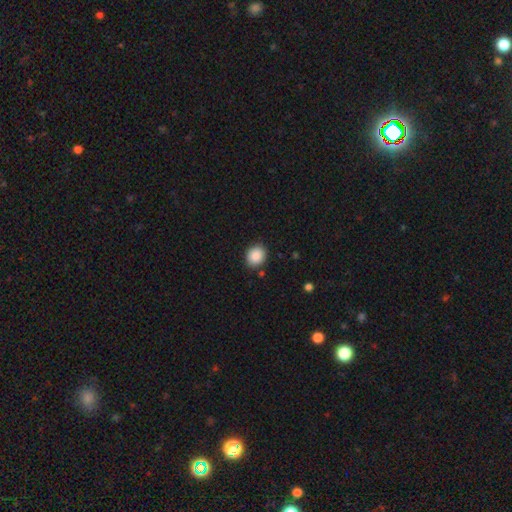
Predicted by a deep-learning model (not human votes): smooth 89%, star or artifact 8%, featured or disk 3%. Down the decision tree: how rounded — round (71%); merging — none (87%).